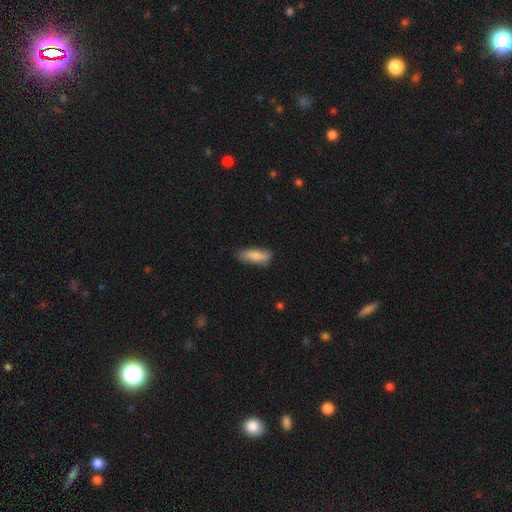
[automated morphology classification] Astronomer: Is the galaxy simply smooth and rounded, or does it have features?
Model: smooth — 81%.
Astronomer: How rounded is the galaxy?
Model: in between — 57% (runner-up: cigar-shaped, 41%).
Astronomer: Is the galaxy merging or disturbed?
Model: none — 74%.